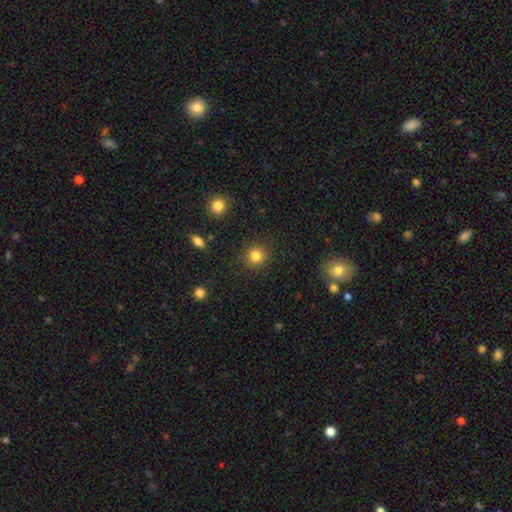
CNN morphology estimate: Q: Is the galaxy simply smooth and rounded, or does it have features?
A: smooth — 84%.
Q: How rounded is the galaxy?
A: round — 92%.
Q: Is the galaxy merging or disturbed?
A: none — 89%.